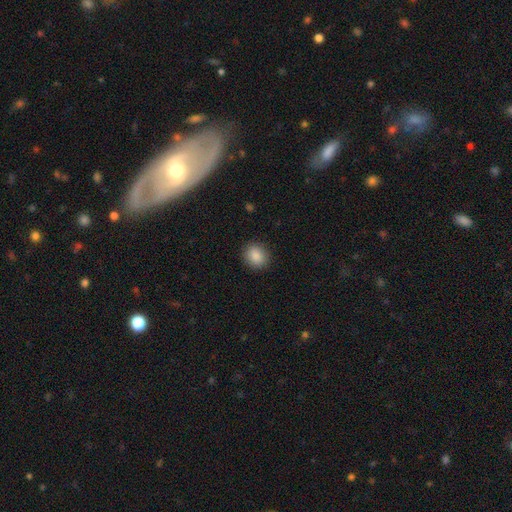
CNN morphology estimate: Overall: smooth (88%). How rounded: round (72%). Merging: none (89%).